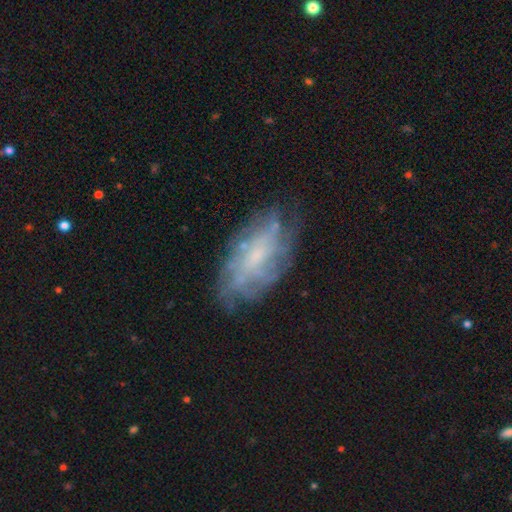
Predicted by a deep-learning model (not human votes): Smooth or featured? Predicted: featured or disk (p=0.67). Edge-on disk? Predicted: no (p=0.91). Bar? Predicted: no (p=0.65). Spiral arms? Predicted: yes (p=0.72). Bulge size? Predicted: small (p=0.53). Merging? Predicted: none (p=0.69).